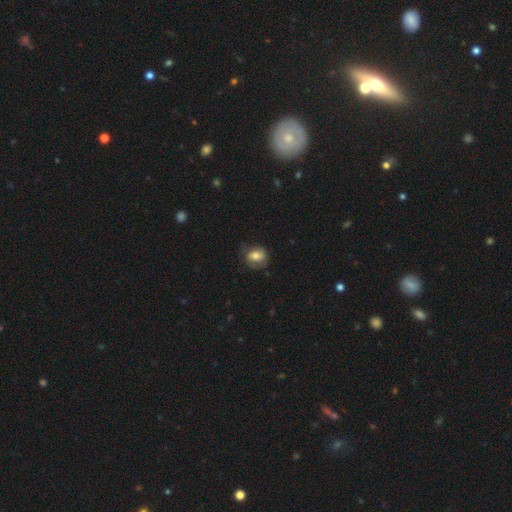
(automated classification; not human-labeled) The model was most divided on "how rounded": in between: 50%, round: 49%, cigar-shaped: 1%. More confident: smooth or featured — smooth (72%); merging — none (63%).